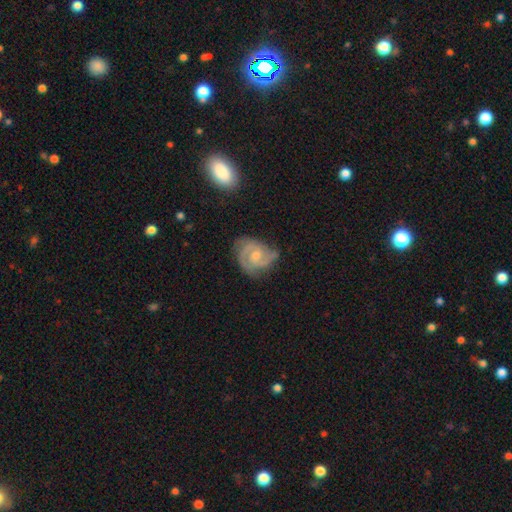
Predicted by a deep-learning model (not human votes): Q: Smooth or featured?
A: featured or disk (82%); runner-up: smooth (13%)
Q: Edge-on disk?
A: no (98%); runner-up: yes (2%)
Q: Bar?
A: no (57%); runner-up: weak (37%)
Q: Spiral arms?
A: yes (95%); runner-up: no (5%)
Q: Spiral winding?
A: medium (46%); runner-up: tight (44%)
Q: Spiral arm count?
A: 2 (52%); runner-up: 3 (28%)
Q: Bulge size?
A: moderate (52%); runner-up: small (42%)
Q: Merging?
A: none (61%); runner-up: minor disturbance (27%)